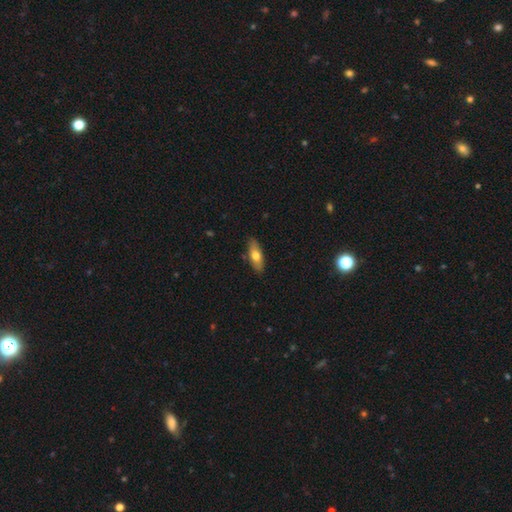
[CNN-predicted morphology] smooth_or_featured: smooth (p=0.66) [alt: featured or disk p=0.28]
how_rounded: in between (p=0.68) [alt: cigar-shaped p=0.29]
merging: none (p=0.86) [alt: minor disturbance p=0.11]